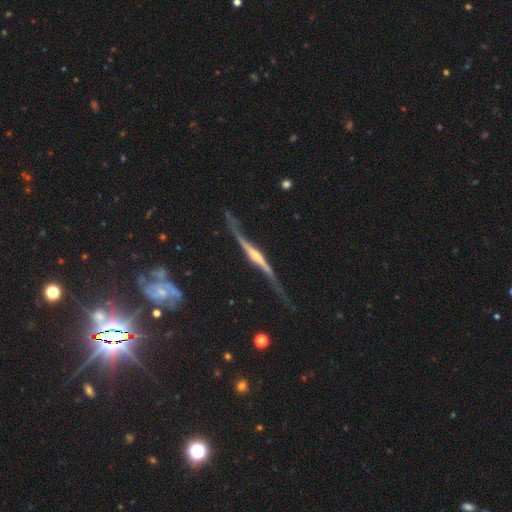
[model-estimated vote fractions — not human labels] Smooth or featured: featured or disk — 88% (smooth — 7%)
Edge-on disk: yes — 82% (no — 18%)
Edge-on bulge: rounded — 75% (none — 14%)
Merging: none — 53% (minor disturbance — 25%)